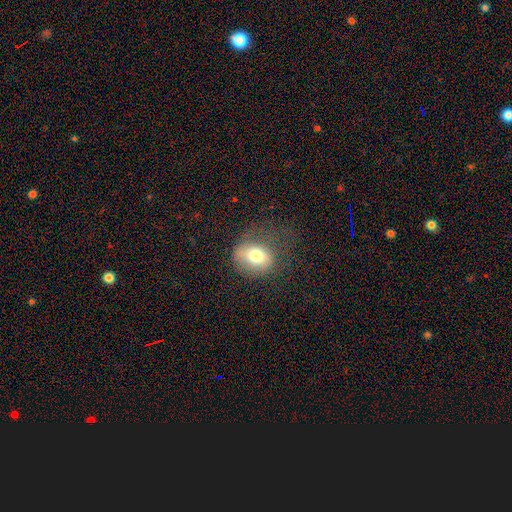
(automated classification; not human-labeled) Smooth or featured? Predicted: smooth (p=0.73). How rounded? Predicted: in between (p=0.58). Merging? Predicted: none (p=0.52).